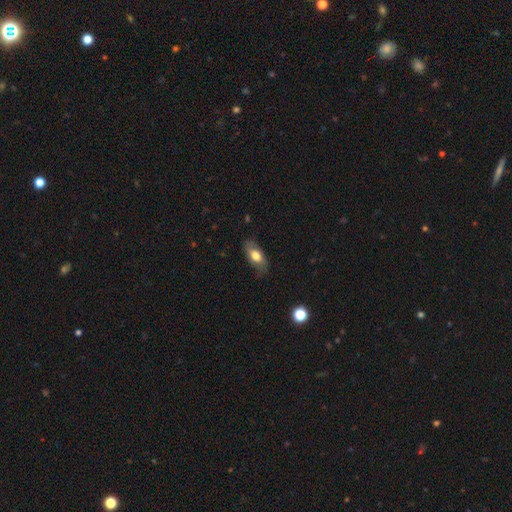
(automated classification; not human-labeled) Smooth or featured? smooth (65%)
How rounded? in between (85%)
Merging? none (74%)